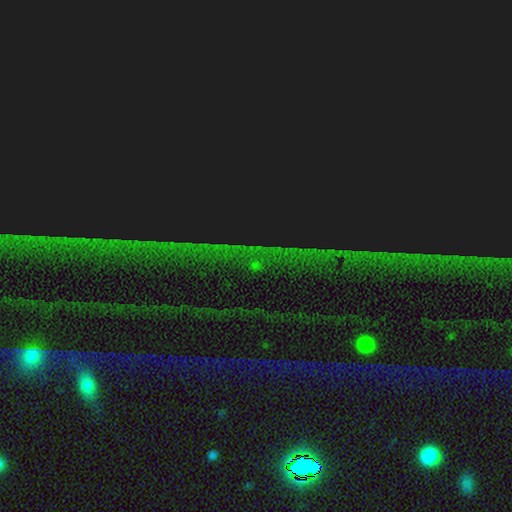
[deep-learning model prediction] Overall: star or artifact (87%).